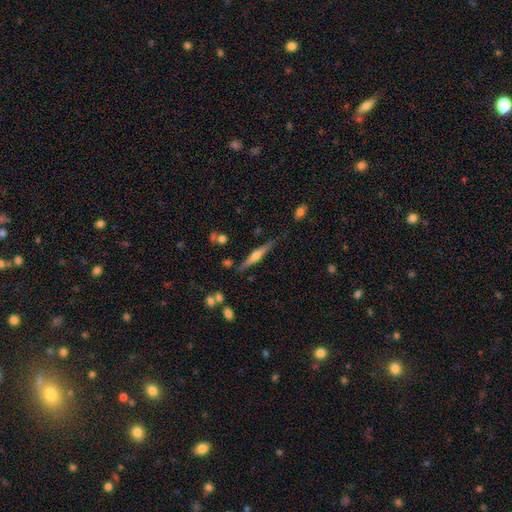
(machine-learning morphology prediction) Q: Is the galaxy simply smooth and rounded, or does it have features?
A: featured or disk — 64%.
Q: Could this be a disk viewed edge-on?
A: yes — 97%.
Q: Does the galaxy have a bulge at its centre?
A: rounded — 84%.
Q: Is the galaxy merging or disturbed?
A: none — 83%.